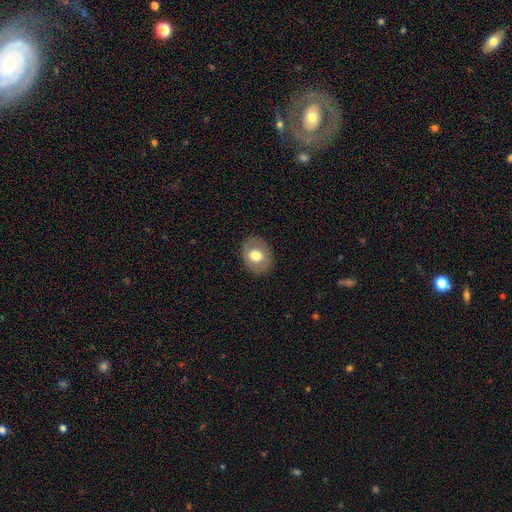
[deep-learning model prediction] The model was most divided on "how rounded": in between: 52%, round: 47%, cigar-shaped: 1%. More confident: merging — none (87%); smooth or featured — smooth (68%).